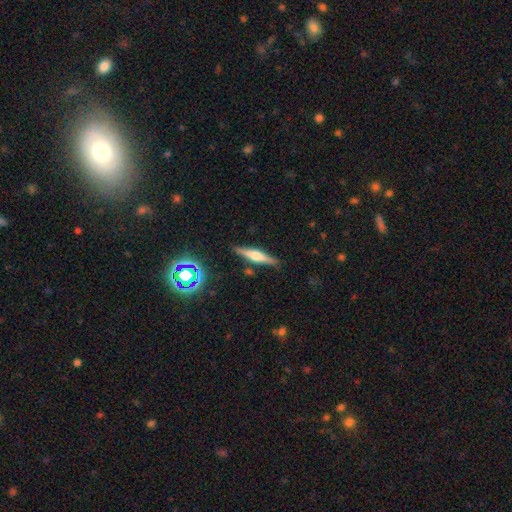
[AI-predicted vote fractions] Smooth or featured? Predicted: featured or disk (p=0.60). Edge-on disk? Predicted: yes (p=0.96). Edge-on bulge? Predicted: rounded (p=0.80). Merging? Predicted: none (p=0.87).